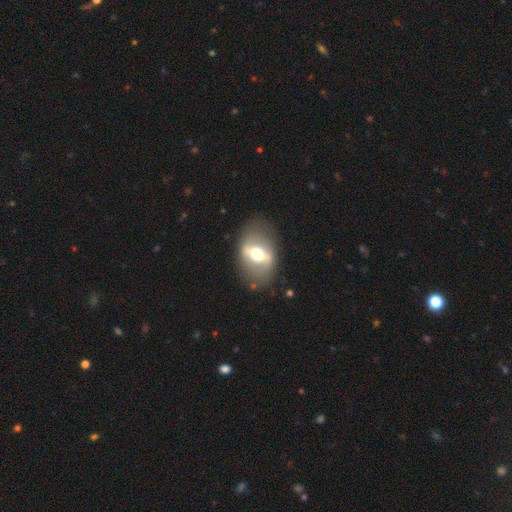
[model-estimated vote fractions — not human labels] Smooth or featured? featured or disk (60%)
Edge-on disk? no (84%)
Bar? strong (60%)
Spiral arms? no (76%)
Bulge size? moderate (60%)
Merging? none (77%)